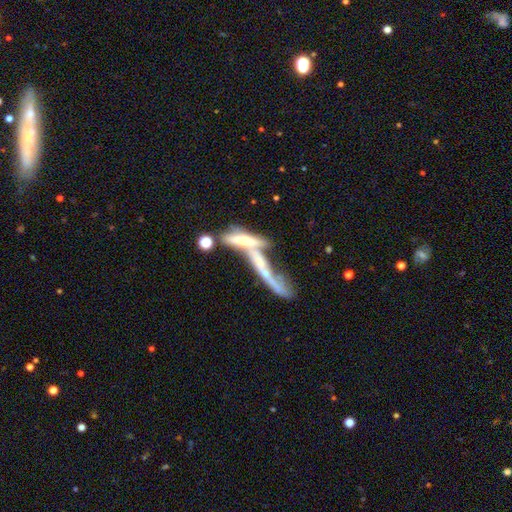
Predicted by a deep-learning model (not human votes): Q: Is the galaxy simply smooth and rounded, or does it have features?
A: featured or disk — 62%.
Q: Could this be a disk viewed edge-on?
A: yes — 57%.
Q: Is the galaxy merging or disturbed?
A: merger — 61%.